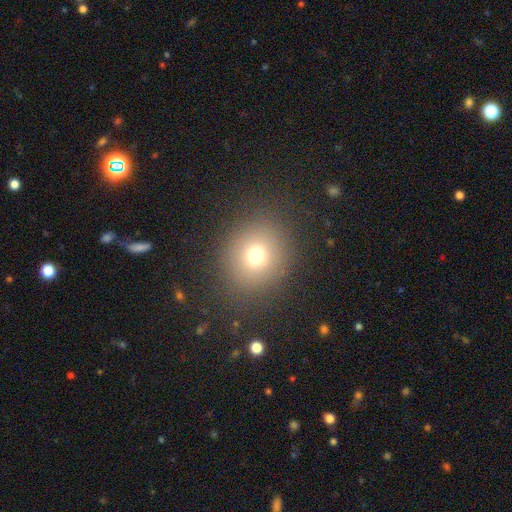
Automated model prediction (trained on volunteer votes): Q: Smooth or featured?
A: smooth (72%); runner-up: star or artifact (17%)
Q: How rounded?
A: round (82%); runner-up: in between (17%)
Q: Merging?
A: none (86%); runner-up: minor disturbance (8%)